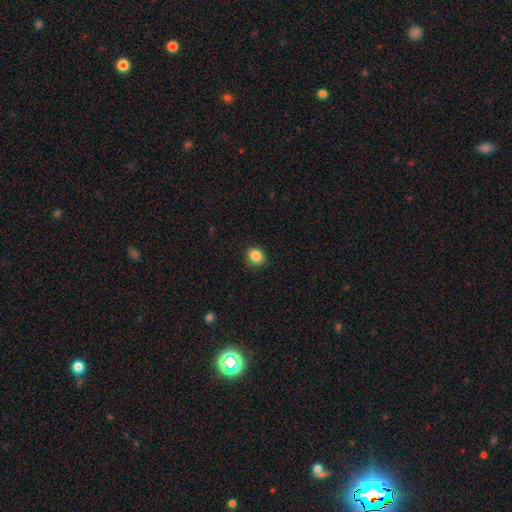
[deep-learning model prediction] Overall: smooth (85%). How rounded: round (71%). Merging: none (88%).